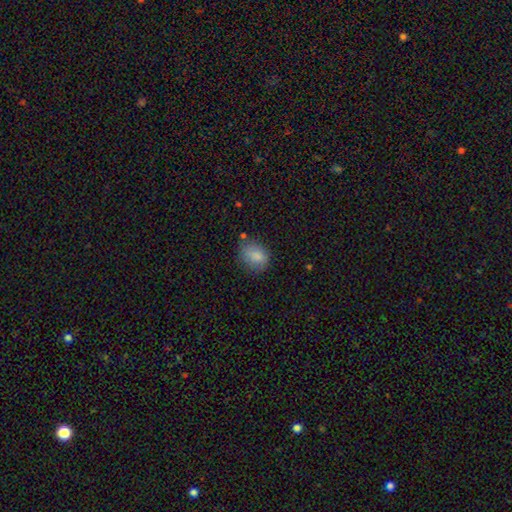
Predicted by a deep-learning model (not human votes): Overall: smooth (83%). How rounded: in between (62%; round 37%). Merging: none (60%; minor disturbance 27%).